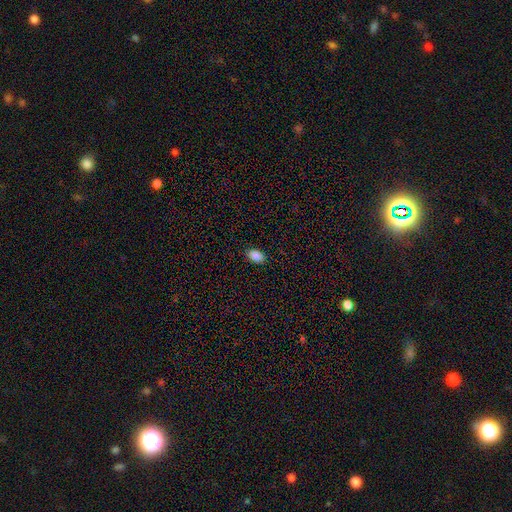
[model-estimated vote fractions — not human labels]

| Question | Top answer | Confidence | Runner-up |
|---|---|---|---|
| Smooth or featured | smooth | 88% | star or artifact (8%) |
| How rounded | in between | 86% | round (12%) |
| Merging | none | 88% | minor disturbance (9%) |